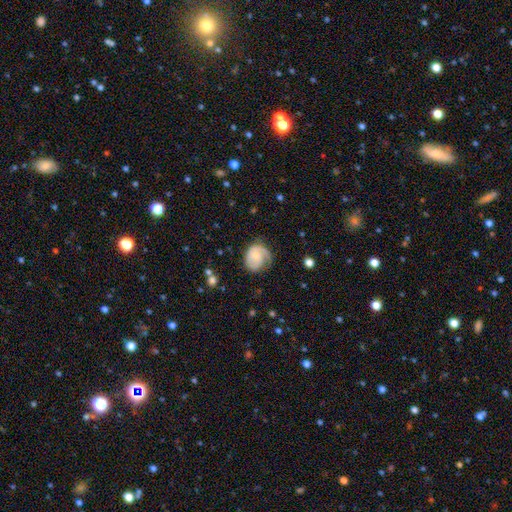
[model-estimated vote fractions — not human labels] Smooth or featured?
  - featured or disk: 59% *
  - smooth: 34%
  - star or artifact: 7%
Edge-on disk?
  - no: 98% *
  - yes: 2%
Bar?
  - no: 69% *
  - weak: 27%
  - strong: 4%
Spiral arms?
  - yes: 88% *
  - no: 12%
Spiral winding?
  - tight: 47% *
  - medium: 34%
  - loose: 19%
Spiral arm count?
  - 1: 55% *
  - 2: 27%
  - can't tell: 13%
  - 3: 3%
  - 4: 1%
  - more than 4: 1%
Bulge size?
  - small: 56% *
  - moderate: 28%
  - none: 13%
  - large: 2%
  - dominant: 1%
Merging?
  - none: 56% *
  - minor disturbance: 27%
  - major disturbance: 16%
  - merger: 2%